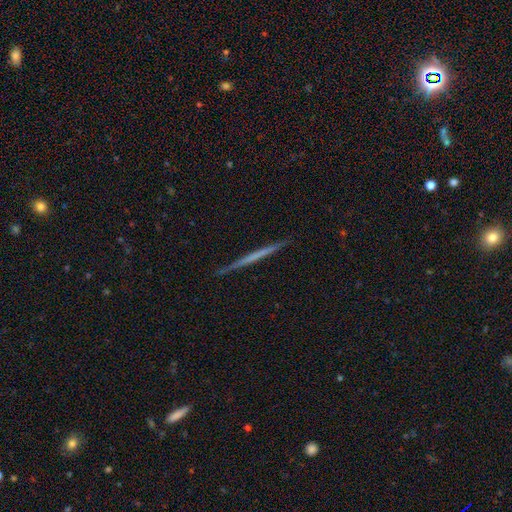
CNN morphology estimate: featured or disk 59%, smooth 36%, star or artifact 6%. Down the decision tree: edge-on disk — yes (98%); edge-on bulge — none (92%); merging — none (91%).